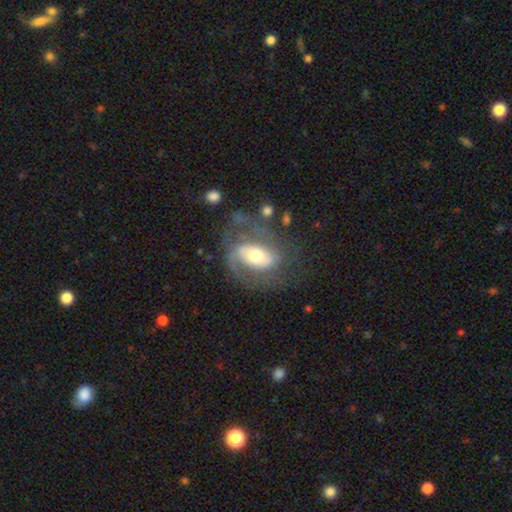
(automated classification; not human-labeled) Morphology: type=featured or disk (72%); edge-on=no (95%); bar=no (47%); spiral arms=yes (77%); winding=medium (43%); arm count=2 (62%); bulge=moderate (67%); merging=none (51%).